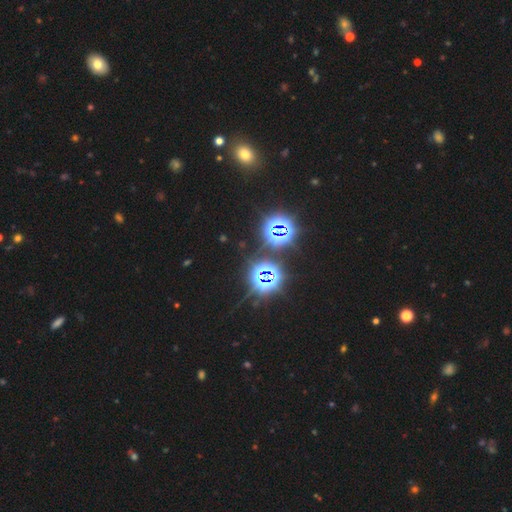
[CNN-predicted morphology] star or artifact 82%, smooth 12%, featured or disk 6%.